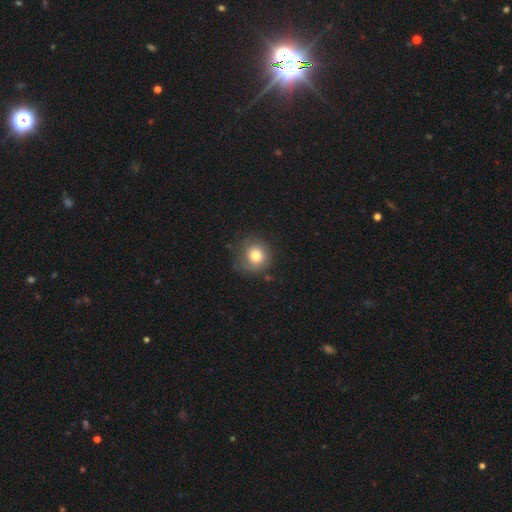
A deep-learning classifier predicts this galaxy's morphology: Smooth or featured? smooth (76%)
How rounded? round (90%)
Merging? none (72%)